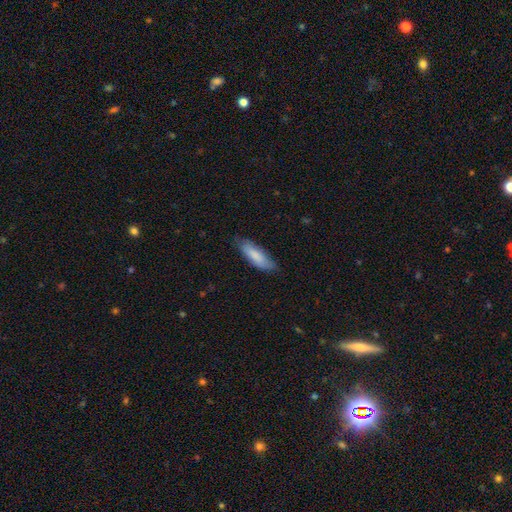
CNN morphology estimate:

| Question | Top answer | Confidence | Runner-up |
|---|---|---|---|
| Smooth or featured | smooth | 80% | featured or disk (14%) |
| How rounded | cigar-shaped | 49% | tied: in between (49%) |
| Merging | none | 74% | minor disturbance (22%) |